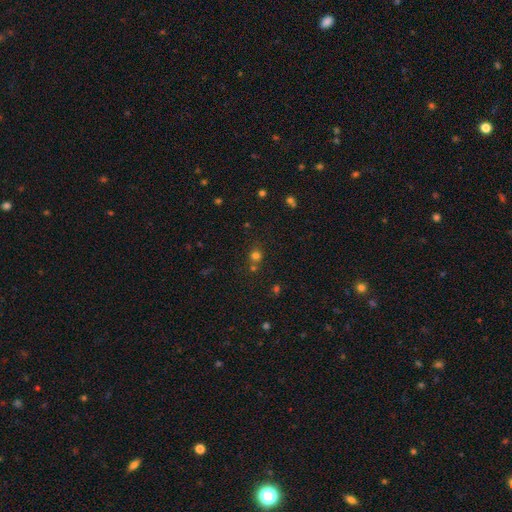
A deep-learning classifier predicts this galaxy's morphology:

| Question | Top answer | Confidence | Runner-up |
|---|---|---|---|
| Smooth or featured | smooth | 69% | star or artifact (23%) |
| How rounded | round | 85% | in between (14%) |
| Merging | none | 63% | merger (24%) |